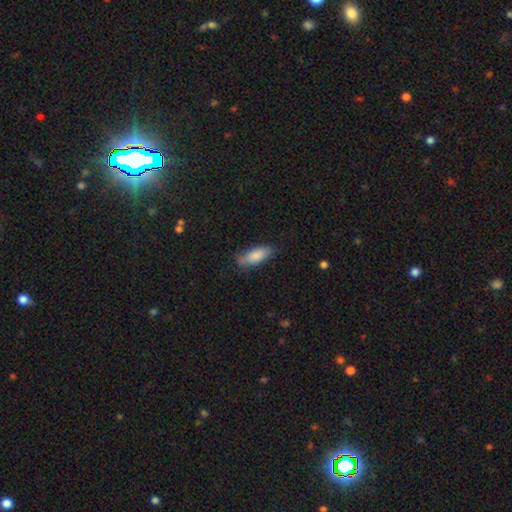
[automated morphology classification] Smooth or featured? smooth (82%)
How rounded? in between (74%)
Merging? none (68%)